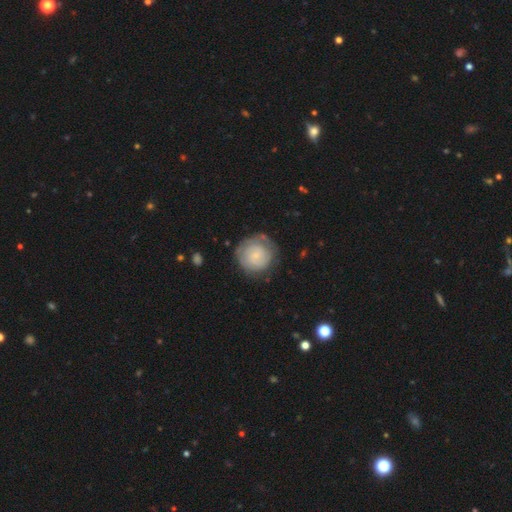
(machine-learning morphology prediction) Overall: featured or disk (50%; smooth 44%). Merging: none (70%).